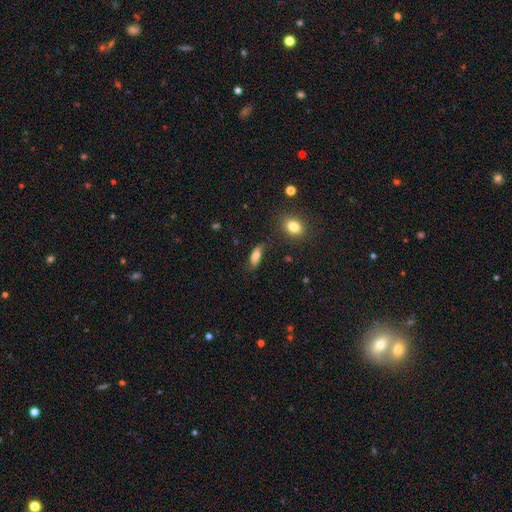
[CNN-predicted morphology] Smooth or featured? smooth (75%)
How rounded? in between (70%)
Merging? none (70%)